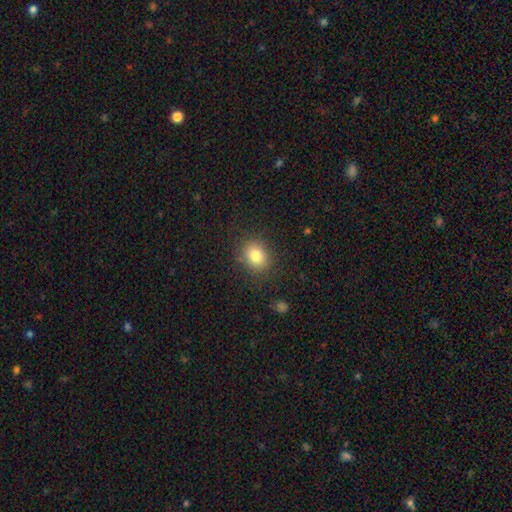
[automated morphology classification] smooth_or_featured: smooth (p=0.80) [alt: star or artifact p=0.11]
how_rounded: round (p=0.61) [alt: in between p=0.38]
merging: none (p=0.84) [alt: minor disturbance p=0.11]